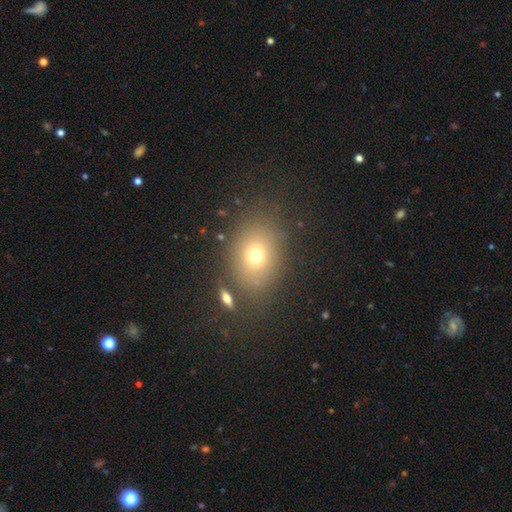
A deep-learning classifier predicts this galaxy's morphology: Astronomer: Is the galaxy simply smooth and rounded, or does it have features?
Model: smooth — 69%.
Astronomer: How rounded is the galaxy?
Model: in between — 55% (runner-up: round, 44%).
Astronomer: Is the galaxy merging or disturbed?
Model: none — 77%.